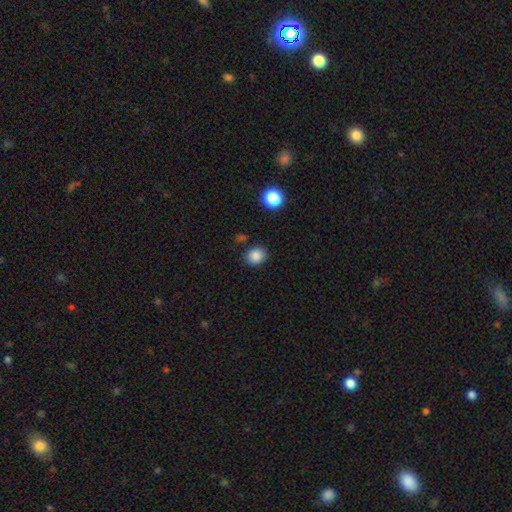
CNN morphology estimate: The model was most divided on "how rounded": round: 62%, in between: 37%, cigar-shaped: 1%. More confident: smooth or featured — smooth (86%); merging — none (84%).